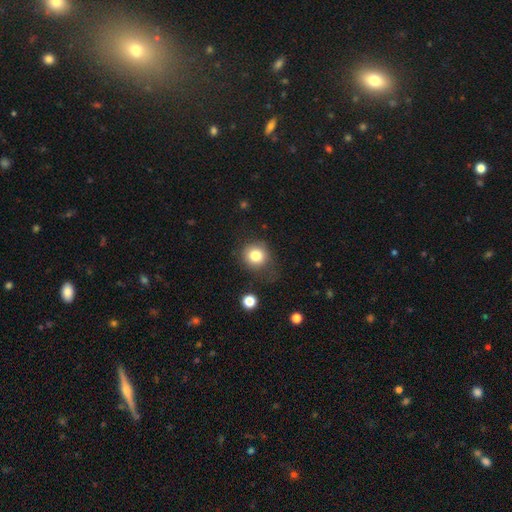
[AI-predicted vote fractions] smooth-or-featured: smooth: 81% | star or artifact: 11% | featured or disk: 8%
  how-rounded: round: 87% | in between: 12% | cigar-shaped: 1%
  merging: none: 72% | minor disturbance: 18% | major disturbance: 8% | merger: 3%